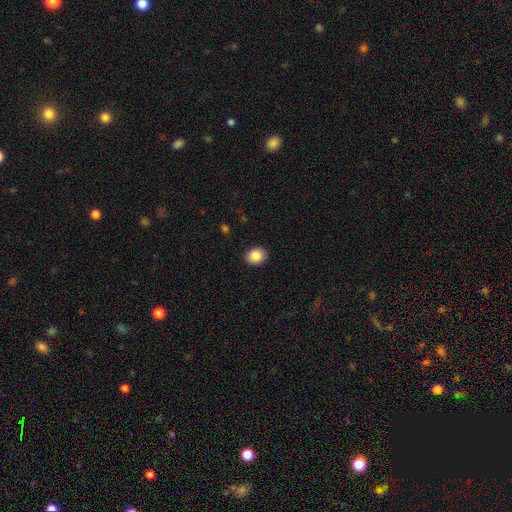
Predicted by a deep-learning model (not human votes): This is clearly a smooth galaxy (87%). How rounded: possibly round (54%). Merging: clearly none (90%).